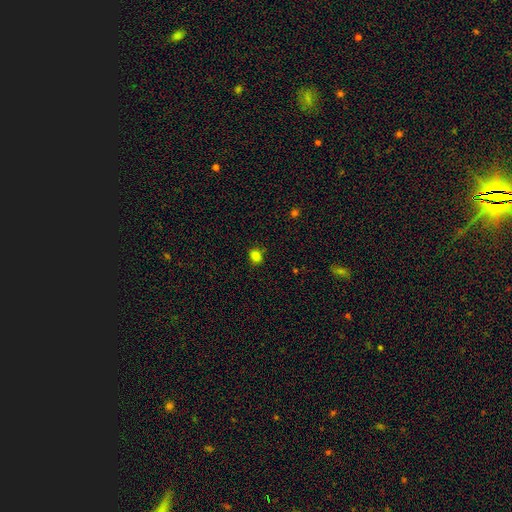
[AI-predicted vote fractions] Smooth or featured?
  - smooth: 82% *
  - star or artifact: 13%
  - featured or disk: 5%
How rounded?
  - round: 61% *
  - in between: 38%
  - cigar-shaped: 1%
Merging?
  - none: 83% *
  - minor disturbance: 12%
  - major disturbance: 3%
  - merger: 2%